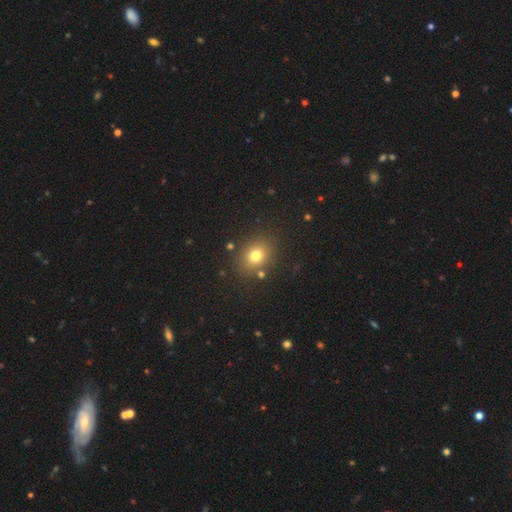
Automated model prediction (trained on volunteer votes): Morphology: type=smooth (76%); roundness=round (60%); merging=none (82%).